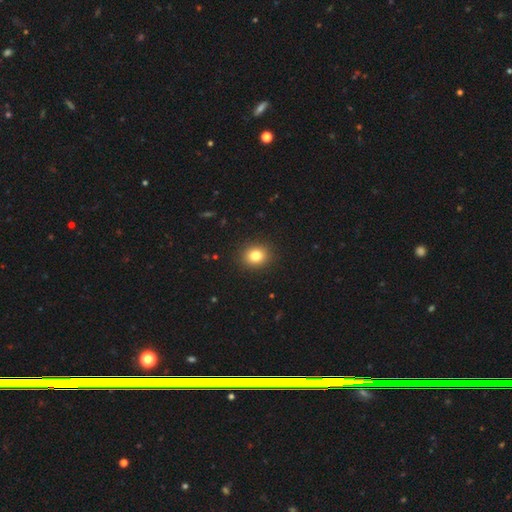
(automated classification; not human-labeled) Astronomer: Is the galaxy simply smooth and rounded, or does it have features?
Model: smooth — 81%.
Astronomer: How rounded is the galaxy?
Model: round — 69%.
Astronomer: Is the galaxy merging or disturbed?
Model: none — 91%.